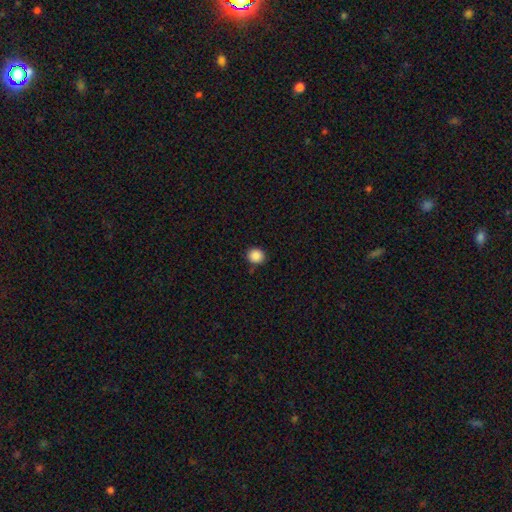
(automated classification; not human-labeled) Morphology: type=smooth (88%); roundness=round (86%); merging=none (88%).